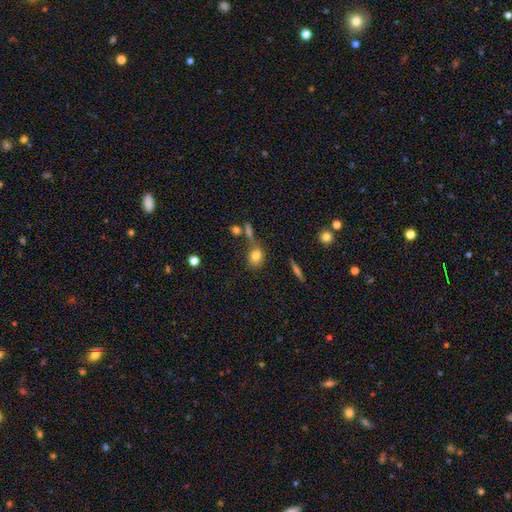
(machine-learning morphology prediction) Q: Smooth or featured?
A: smooth (80%); runner-up: star or artifact (10%)
Q: How rounded?
A: round (49%); runner-up: in between (48%)
Q: Merging?
A: none (60%); runner-up: merger (17%)